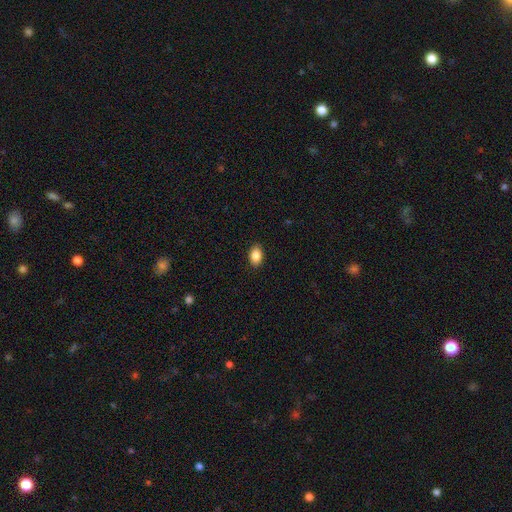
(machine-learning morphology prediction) A smooth galaxy with no disk features (88%) that is in between round and cigar-shaped (85%). Merging: none (89%).